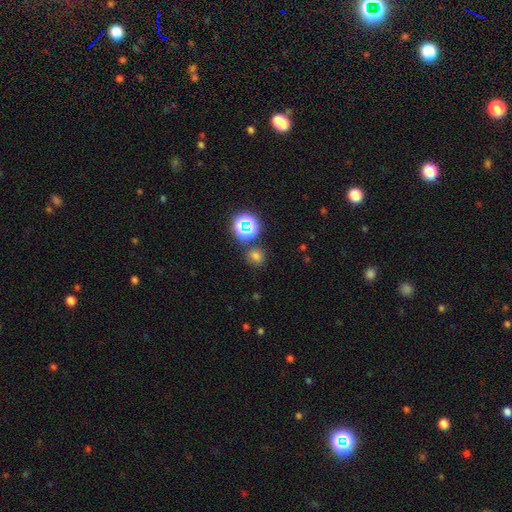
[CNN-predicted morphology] This appears to be a smooth galaxy with no disk features (66%) that is round (82%). Merging: none (79%).